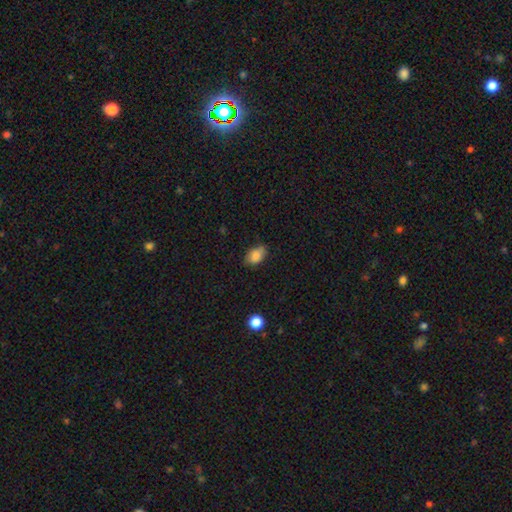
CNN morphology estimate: Smooth or featured? smooth (84%)
How rounded? in between (87%)
Merging? none (73%)